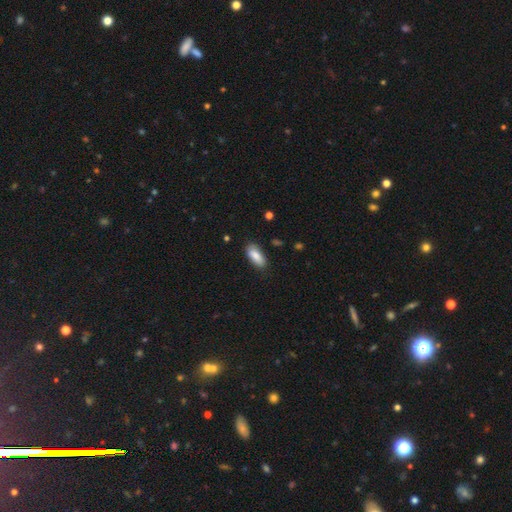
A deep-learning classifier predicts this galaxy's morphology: Smooth or featured? smooth (86%)
How rounded? in between (85%)
Merging? none (79%)